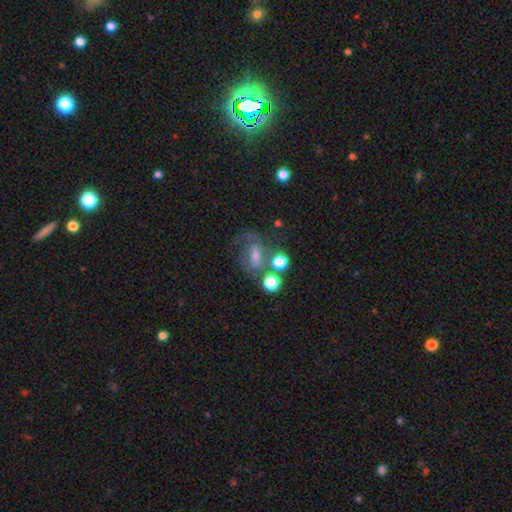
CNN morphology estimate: The model was most divided on "smooth or featured": featured or disk: 46%, smooth: 31%, star or artifact: 23%. Remaining: merging — none (48%).